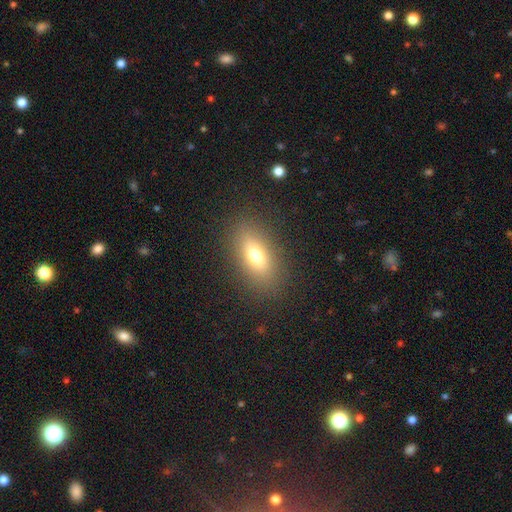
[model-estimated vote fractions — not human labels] The model was most divided on "smooth or featured": smooth: 70%, featured or disk: 17%, star or artifact: 12%. More confident: merging — none (86%); how rounded — in between (79%).